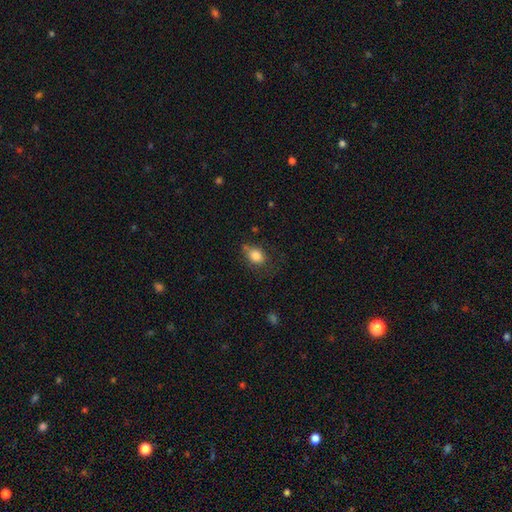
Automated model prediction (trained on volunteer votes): A smooth galaxy with no disk features (83%) that is in between round and cigar-shaped (62%). Merging: none (60%).